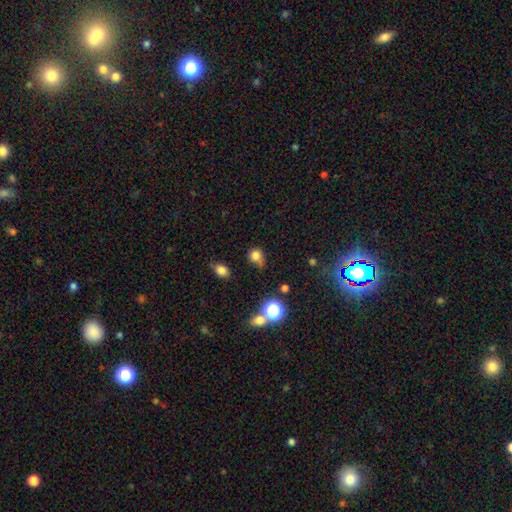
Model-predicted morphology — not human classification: Overall: smooth (77%). How rounded: round (70%). Merging: none (42%; minor disturbance 34%).